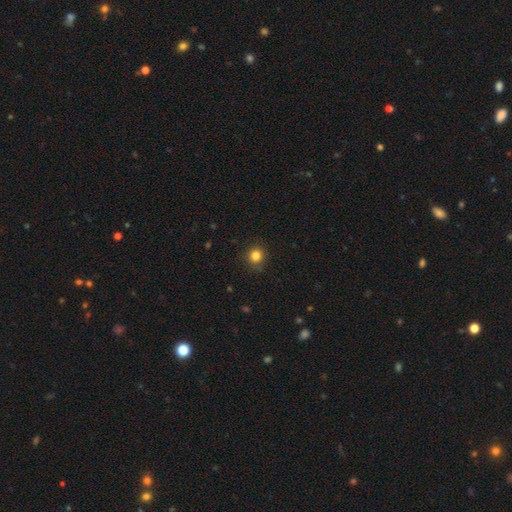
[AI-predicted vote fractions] Smooth or featured?
  - smooth: 83% *
  - star or artifact: 12%
  - featured or disk: 4%
How rounded?
  - round: 92% *
  - in between: 7%
  - cigar-shaped: 1%
Merging?
  - none: 89% *
  - minor disturbance: 8%
  - major disturbance: 2%
  - merger: 1%